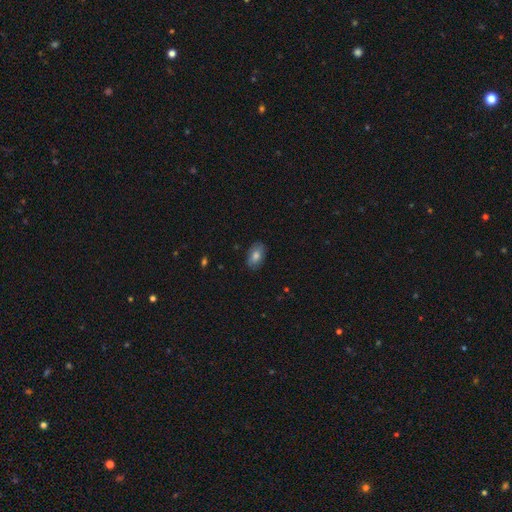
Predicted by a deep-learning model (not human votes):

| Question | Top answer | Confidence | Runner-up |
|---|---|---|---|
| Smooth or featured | smooth | 75% | featured or disk (17%) |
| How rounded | in between | 91% | round (7%) |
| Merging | none | 83% | minor disturbance (13%) |